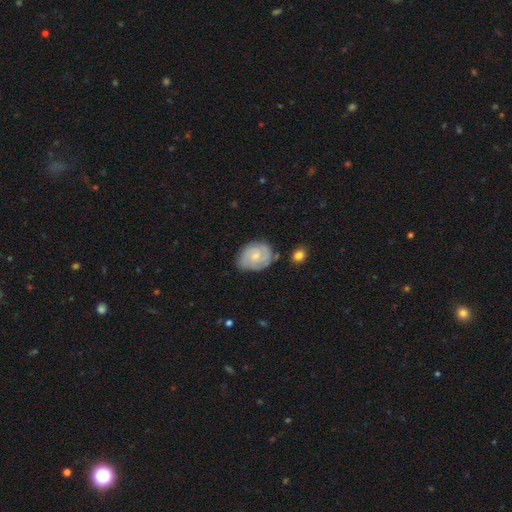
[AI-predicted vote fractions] Smooth or featured? Predicted: featured or disk (p=0.59). Edge-on disk? Predicted: no (p=0.97). Bar? Predicted: no (p=0.66). Spiral arms? Predicted: yes (p=0.87). Bulge size? Predicted: small (p=0.57). Merging? Predicted: none (p=0.68).